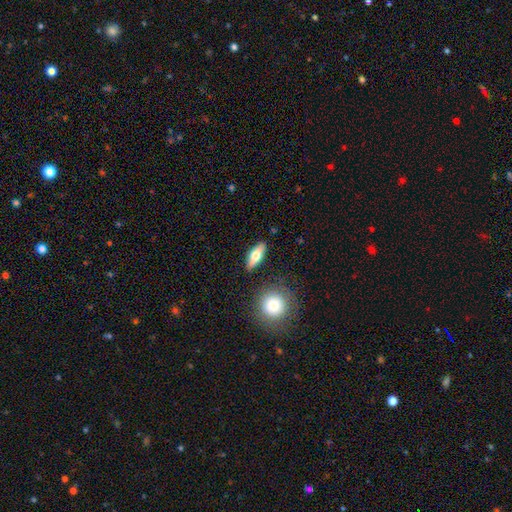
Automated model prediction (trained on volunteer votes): smooth-or-featured: smooth: 65% | featured or disk: 29% | star or artifact: 6%
  how-rounded: in between: 63% | cigar-shaped: 33% | round: 4%
  merging: none: 85% | minor disturbance: 9% | merger: 3% | major disturbance: 2%